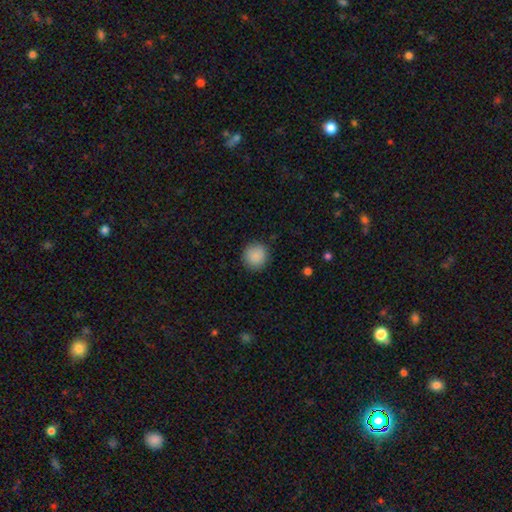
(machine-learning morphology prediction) smooth 89%, star or artifact 8%, featured or disk 3%. Down the decision tree: how rounded — round (94%); merging — none (90%).